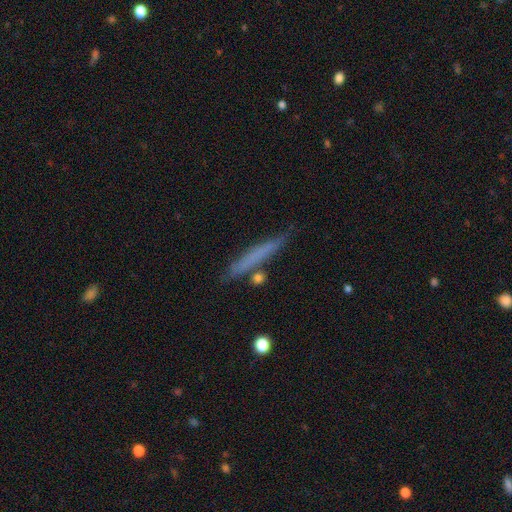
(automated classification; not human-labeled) Smooth or featured: smooth — 60% (featured or disk — 32%)
How rounded: cigar-shaped — 95% (in between — 3%)
Merging: none — 82% (minor disturbance — 12%)